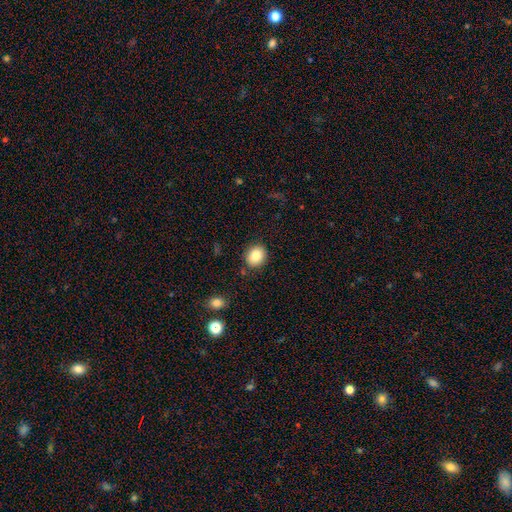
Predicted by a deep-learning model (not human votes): Smooth or featured?
  - smooth: 84% *
  - star or artifact: 9%
  - featured or disk: 7%
How rounded?
  - round: 68% *
  - in between: 31%
  - cigar-shaped: 1%
Merging?
  - none: 86% *
  - minor disturbance: 9%
  - major disturbance: 3%
  - merger: 2%